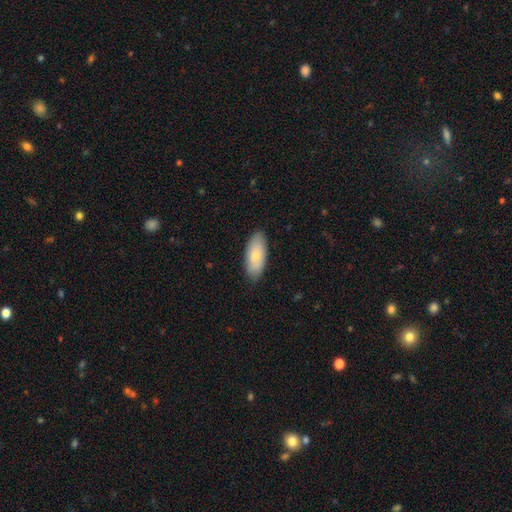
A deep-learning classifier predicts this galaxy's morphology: Smooth or featured: smooth — 78% (featured or disk — 16%)
How rounded: in between — 84% (cigar-shaped — 14%)
Merging: none — 85% (minor disturbance — 12%)